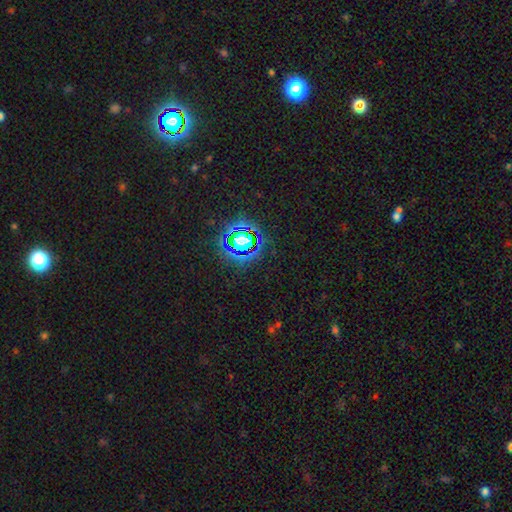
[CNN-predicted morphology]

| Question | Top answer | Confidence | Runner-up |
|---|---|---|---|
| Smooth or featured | star or artifact | 81% | smooth (12%) |